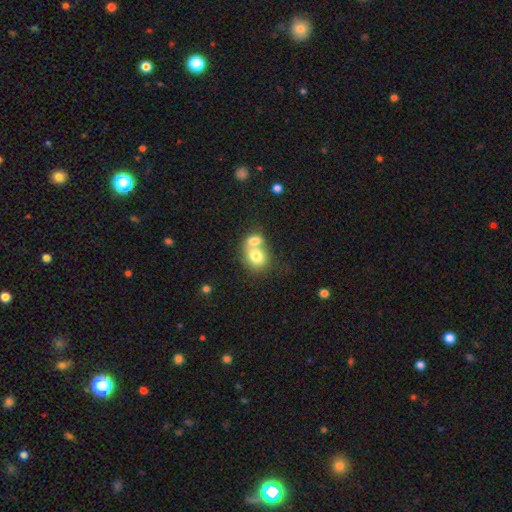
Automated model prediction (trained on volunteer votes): smooth-or-featured: smooth: 74% | featured or disk: 17% | star or artifact: 9%
  how-rounded: round: 57% | in between: 42% | cigar-shaped: 1%
  merging: merger: 70% | none: 21% | minor disturbance: 6% | major disturbance: 3%